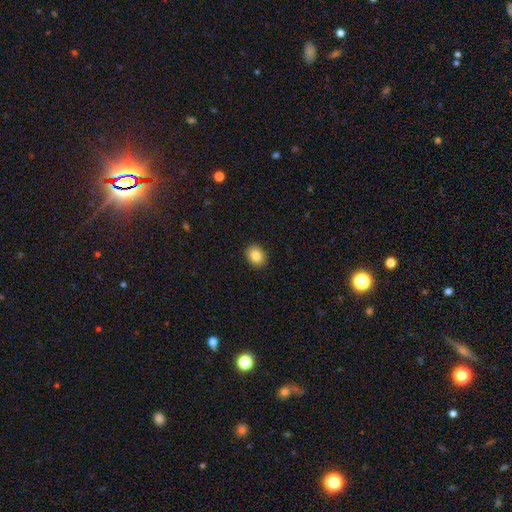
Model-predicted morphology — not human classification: Overall: smooth (85%). How rounded: round (55%; in between 44%). Merging: none (91%).